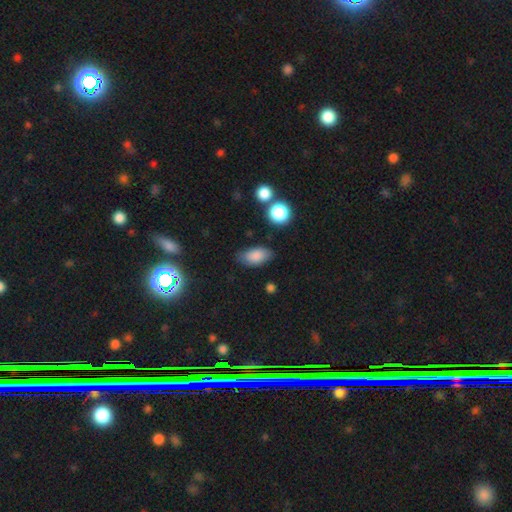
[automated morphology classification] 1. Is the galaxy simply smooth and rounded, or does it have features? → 84% smooth, 9% star or artifact, 8% featured or disk.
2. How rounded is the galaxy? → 91% in between, 5% round, 4% cigar-shaped.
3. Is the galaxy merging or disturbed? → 77% none, 16% minor disturbance, 4% major disturbance, 3% merger.